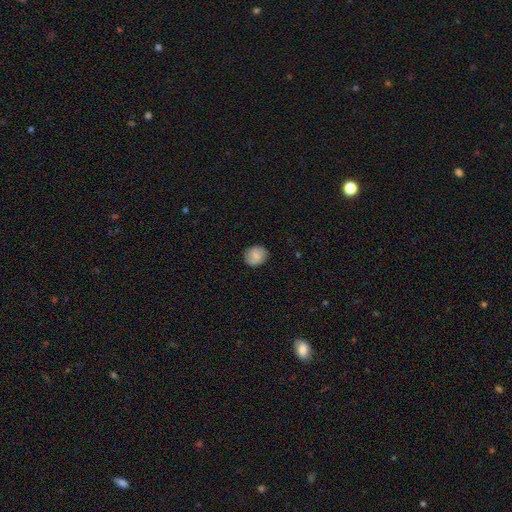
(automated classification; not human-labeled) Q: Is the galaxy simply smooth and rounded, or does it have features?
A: smooth — 85%.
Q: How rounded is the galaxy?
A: round — 76%.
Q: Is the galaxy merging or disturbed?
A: none — 87%.